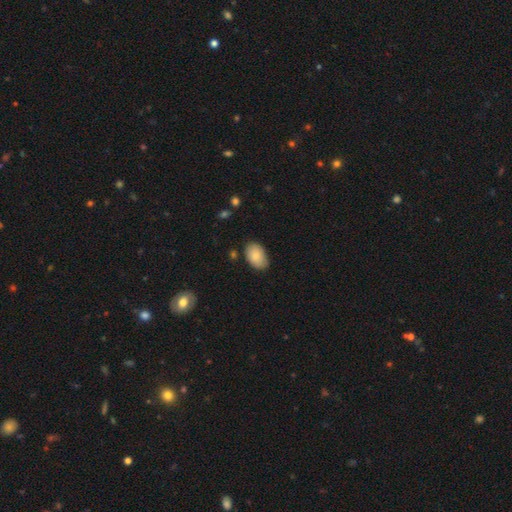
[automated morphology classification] smooth_or_featured: smooth (p=0.82) [alt: featured or disk p=0.11]
how_rounded: in between (p=0.90) [alt: round p=0.09]
merging: none (p=0.78) [alt: minor disturbance p=0.18]